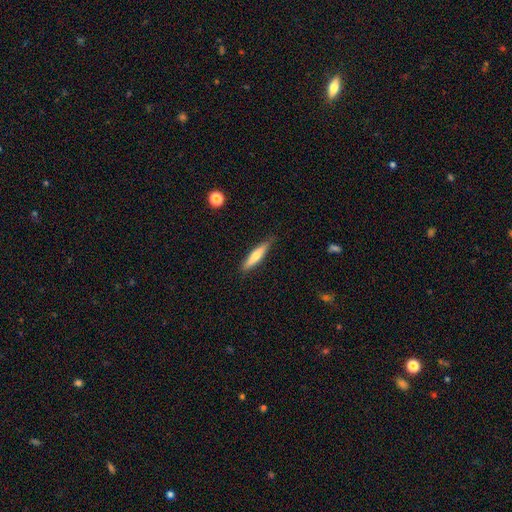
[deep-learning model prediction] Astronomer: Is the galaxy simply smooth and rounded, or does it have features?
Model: smooth — 61%.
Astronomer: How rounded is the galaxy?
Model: cigar-shaped — 84%.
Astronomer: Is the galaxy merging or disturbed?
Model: none — 86%.